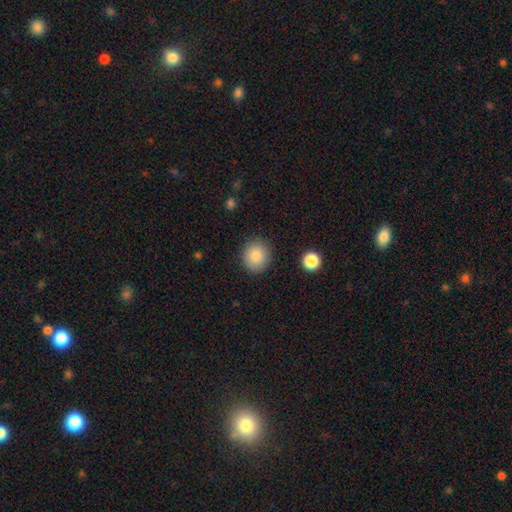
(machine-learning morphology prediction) Smooth or featured?
  - smooth: 85% *
  - star or artifact: 9%
  - featured or disk: 6%
How rounded?
  - round: 84% *
  - in between: 15%
  - cigar-shaped: 1%
Merging?
  - none: 89% *
  - minor disturbance: 7%
  - major disturbance: 2%
  - merger: 1%